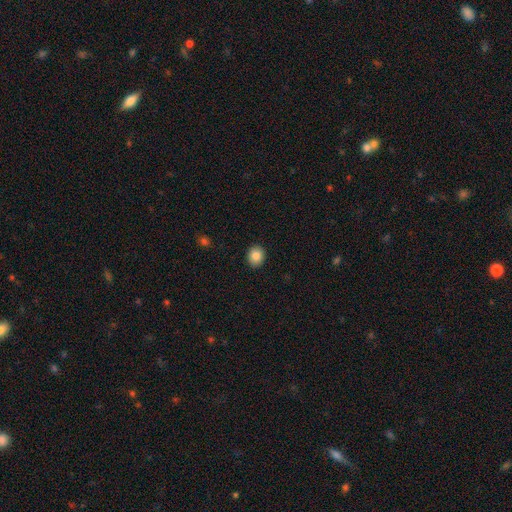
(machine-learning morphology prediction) Smooth or featured: smooth — 85% (star or artifact — 9%)
How rounded: round — 65% (in between — 34%)
Merging: none — 91% (minor disturbance — 6%)